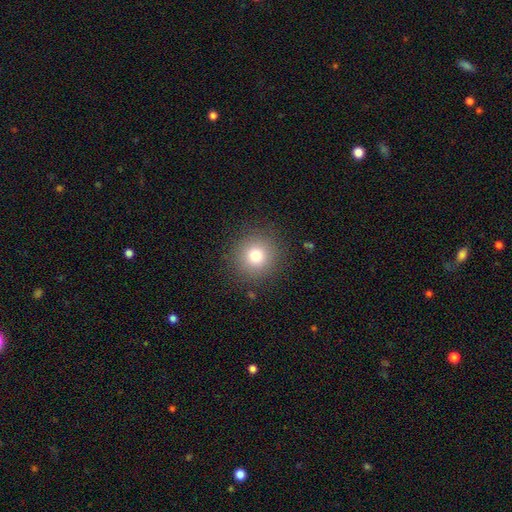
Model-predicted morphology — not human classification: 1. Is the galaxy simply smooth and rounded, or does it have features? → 77% smooth, 13% star or artifact, 9% featured or disk.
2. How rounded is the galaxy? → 94% round, 5% in between, 1% cigar-shaped.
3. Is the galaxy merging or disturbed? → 89% none, 7% minor disturbance, 3% major disturbance, 1% merger.